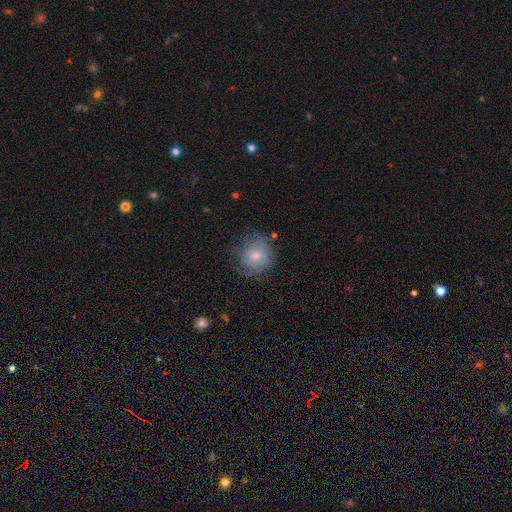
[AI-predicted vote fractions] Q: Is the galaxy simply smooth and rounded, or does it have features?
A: smooth — 57%.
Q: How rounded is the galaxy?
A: round — 86%.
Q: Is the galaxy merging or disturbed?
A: none — 66%.